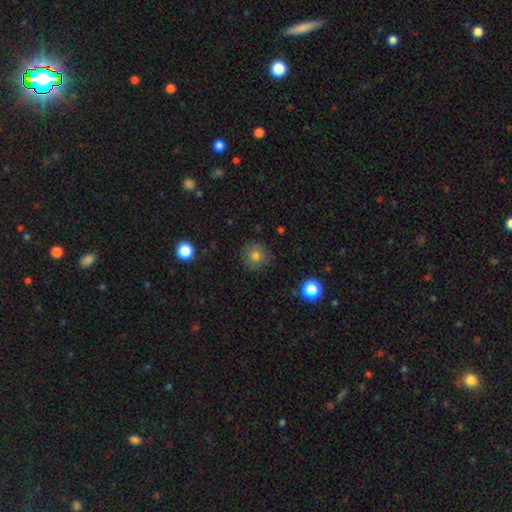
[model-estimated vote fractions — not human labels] Q: Smooth or featured?
A: smooth (78%); runner-up: star or artifact (12%)
Q: How rounded?
A: round (92%); runner-up: in between (7%)
Q: Merging?
A: none (85%); runner-up: minor disturbance (11%)